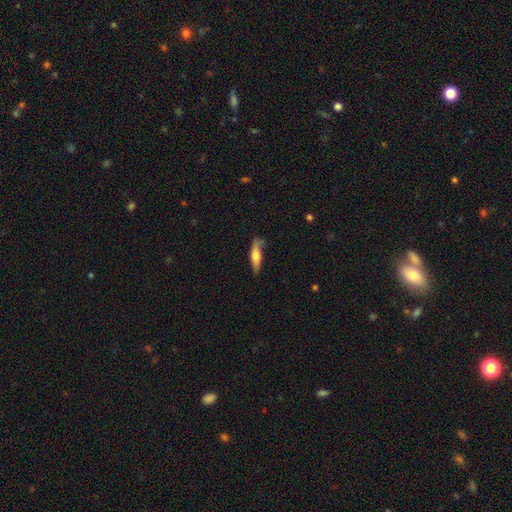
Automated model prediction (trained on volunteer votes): This appears to be a smooth galaxy with no disk features (57%) that is cigar-shaped (66%). Merging: none (58%).